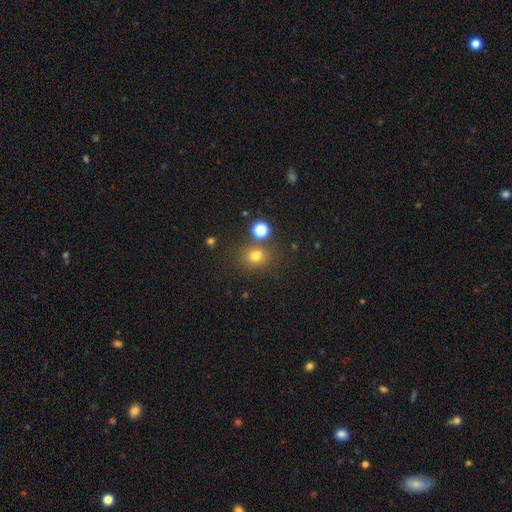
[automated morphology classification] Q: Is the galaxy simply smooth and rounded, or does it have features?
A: smooth — 73%.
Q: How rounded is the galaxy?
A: round — 78%.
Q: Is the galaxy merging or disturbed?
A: none — 74%.